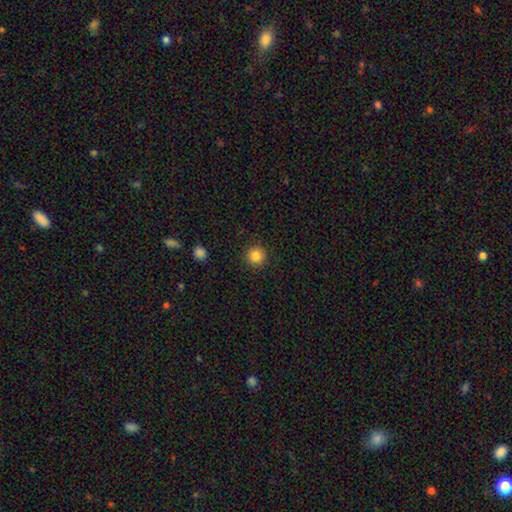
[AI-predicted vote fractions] smooth 84%, star or artifact 11%, featured or disk 5%. Down the decision tree: how rounded — round (95%); merging — none (92%).